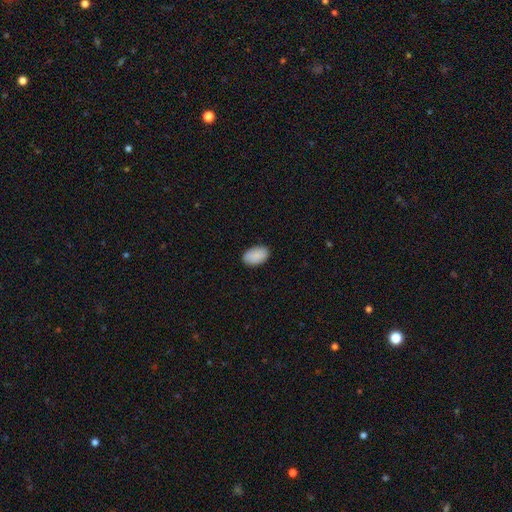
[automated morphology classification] A smooth galaxy with no disk features (90%) that is in between round and cigar-shaped (93%).

Vote fractions:
- Smooth or featured? smooth: 90% / star or artifact: 6% / featured or disk: 4%
- How rounded? in between: 93% / round: 6% / cigar-shaped: 1%
- Merging? none: 87% / minor disturbance: 10% / major disturbance: 2% / merger: 1%